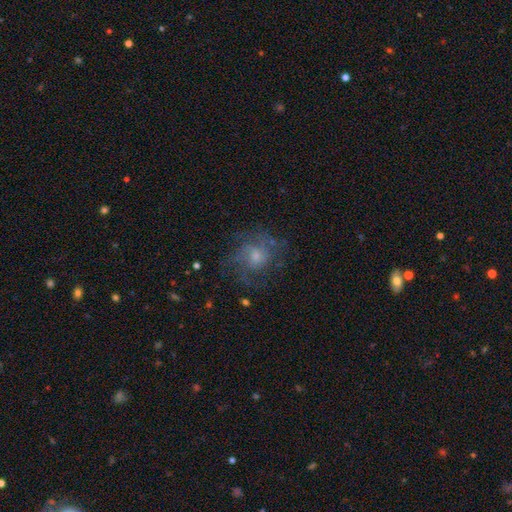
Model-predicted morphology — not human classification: Overall: featured or disk (57%; smooth 31%). Edge-on disk: no (97%). Bar: no (68%; weak 29%). Spiral arms: yes (78%). Bulge size: small (42%; moderate 41%). Merging: none (62%).